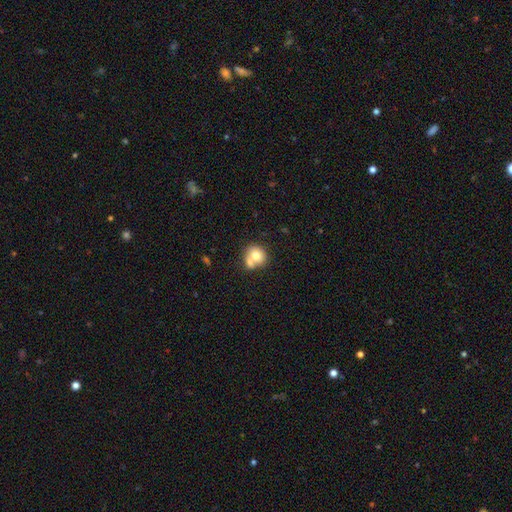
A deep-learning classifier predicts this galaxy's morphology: Smooth or featured? Predicted: smooth (p=0.71). How rounded? Predicted: round (p=0.77). Merging? Predicted: merger (p=0.47).